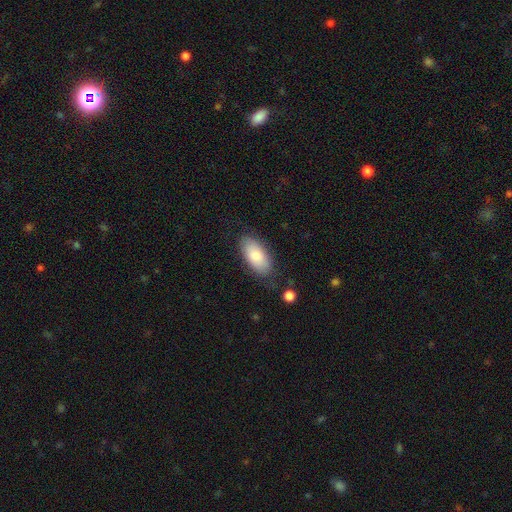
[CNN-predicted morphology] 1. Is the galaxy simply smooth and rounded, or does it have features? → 80% smooth, 14% featured or disk, 6% star or artifact.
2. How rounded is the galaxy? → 93% in between, 5% cigar-shaped, 3% round.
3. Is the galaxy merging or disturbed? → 80% none, 15% minor disturbance, 4% major disturbance, 2% merger.